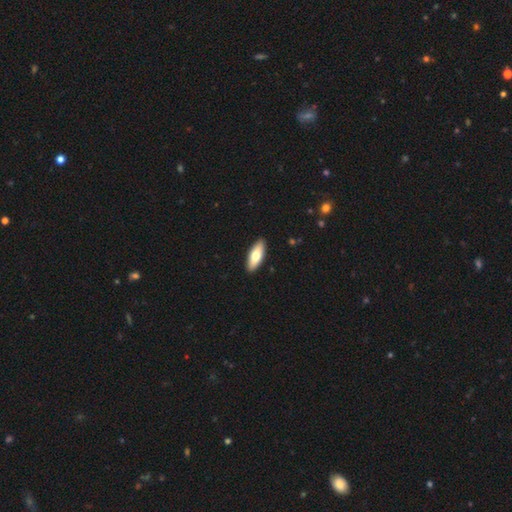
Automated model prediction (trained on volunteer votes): smooth_or_featured: smooth (p=0.72) [alt: featured or disk p=0.23]
how_rounded: in between (p=0.68) [alt: cigar-shaped p=0.30]
merging: none (p=0.90) [alt: minor disturbance p=0.07]